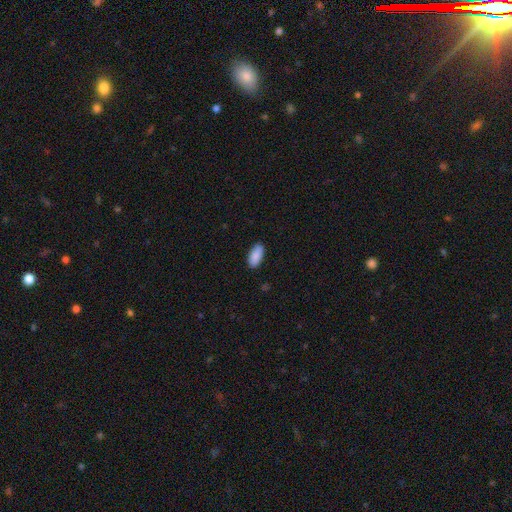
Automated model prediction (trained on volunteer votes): This appears to be a smooth galaxy with no disk features (90%) that is in between round and cigar-shaped (90%). Merging: none (87%).